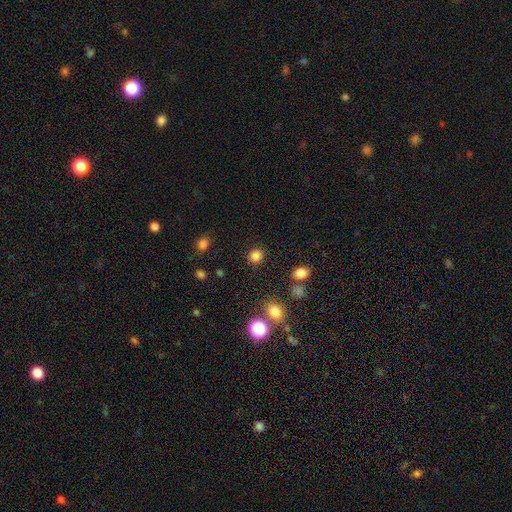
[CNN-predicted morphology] The model was most divided on "smooth or featured": smooth: 82%, star or artifact: 14%, featured or disk: 4%. More confident: merging — none (87%); how rounded — round (86%).